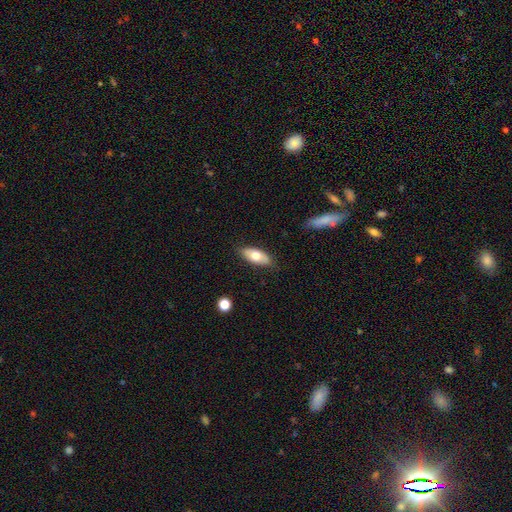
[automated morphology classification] Q: Smooth or featured?
A: smooth (68%); runner-up: featured or disk (25%)
Q: How rounded?
A: in between (84%); runner-up: cigar-shaped (13%)
Q: Merging?
A: none (84%); runner-up: minor disturbance (12%)